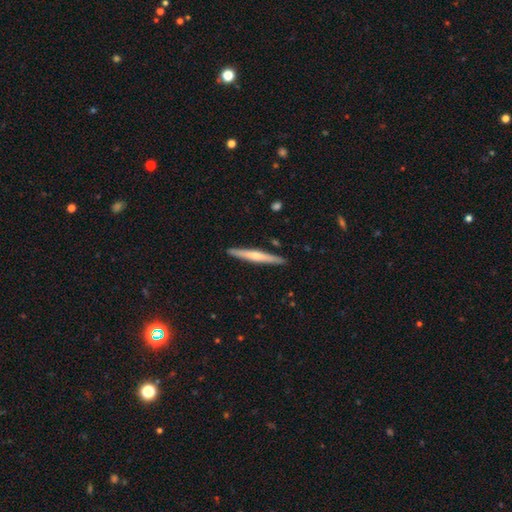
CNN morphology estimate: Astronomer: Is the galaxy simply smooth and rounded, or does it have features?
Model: featured or disk — 54% (runner-up: smooth, 41%).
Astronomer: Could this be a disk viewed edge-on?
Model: yes — 97%.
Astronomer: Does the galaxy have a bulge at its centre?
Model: rounded — 69%.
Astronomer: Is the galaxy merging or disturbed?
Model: none — 91%.